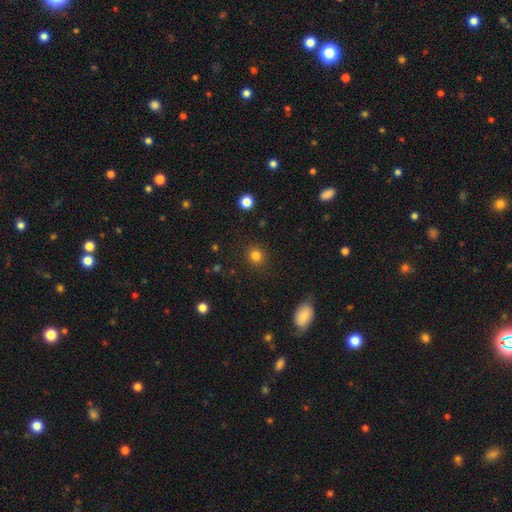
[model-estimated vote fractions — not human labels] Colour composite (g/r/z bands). It shows a smooth galaxy with no disk features (82%) that is round (88%). Merging: none (90%).